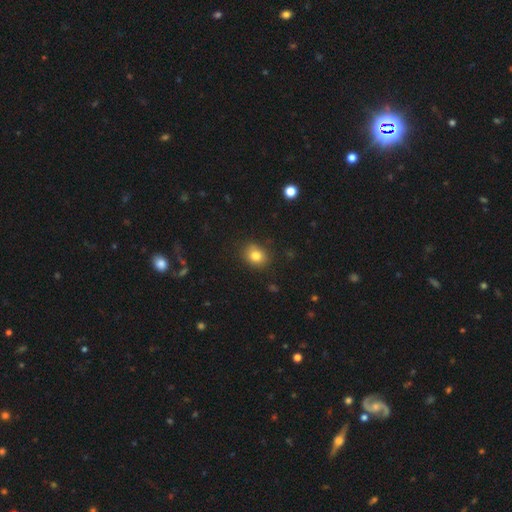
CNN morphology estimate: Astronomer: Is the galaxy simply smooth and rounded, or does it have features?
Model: smooth — 81%.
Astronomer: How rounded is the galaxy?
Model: round — 67%.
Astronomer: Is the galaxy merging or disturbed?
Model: none — 84%.